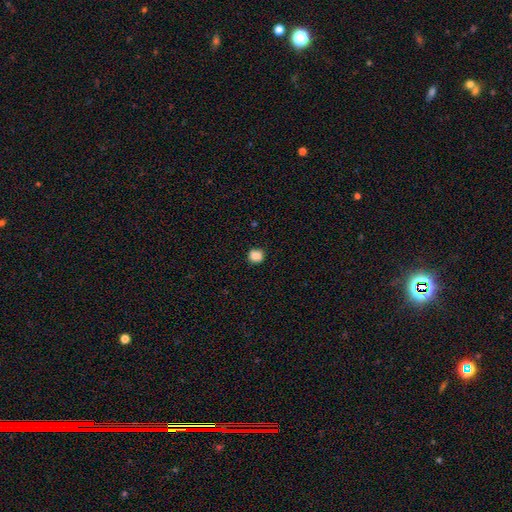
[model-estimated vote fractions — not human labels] This is clearly a smooth galaxy (86%). How rounded: clearly round (89%). Merging: clearly none (89%).